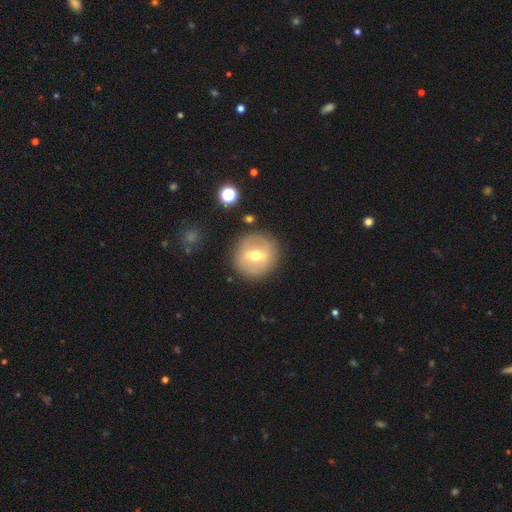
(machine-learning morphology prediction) This is possibly a featured or disk galaxy (56%). It is clearly not viewed edge-on (84%). Merging: clearly none (86%).